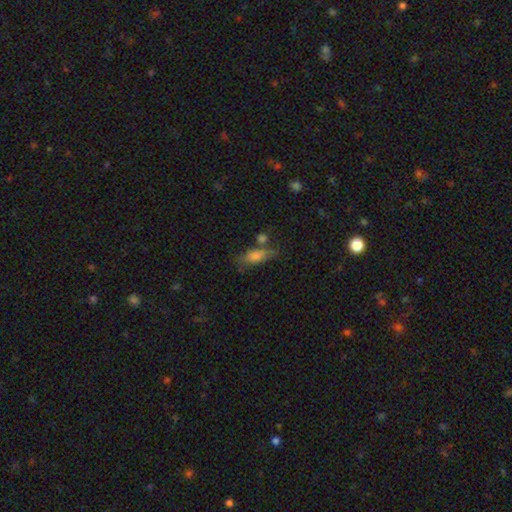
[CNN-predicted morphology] This is likely a smooth galaxy (68%). How rounded: likely in between (62%). Merging: possibly none (56%).